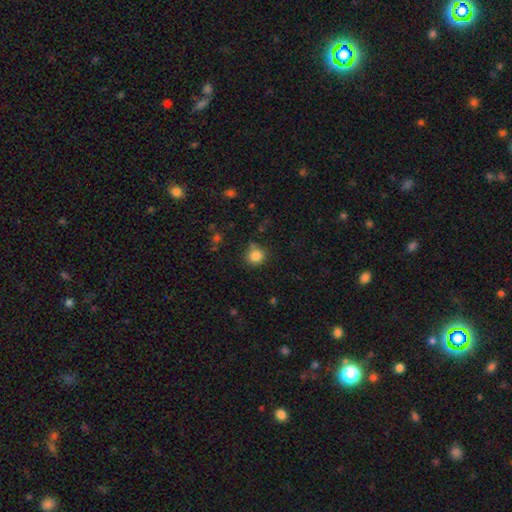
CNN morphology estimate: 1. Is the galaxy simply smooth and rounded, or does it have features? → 84% smooth, 11% star or artifact, 5% featured or disk.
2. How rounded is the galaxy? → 88% round, 11% in between, 1% cigar-shaped.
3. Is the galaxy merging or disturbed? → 78% none, 13% minor disturbance, 6% merger, 4% major disturbance.